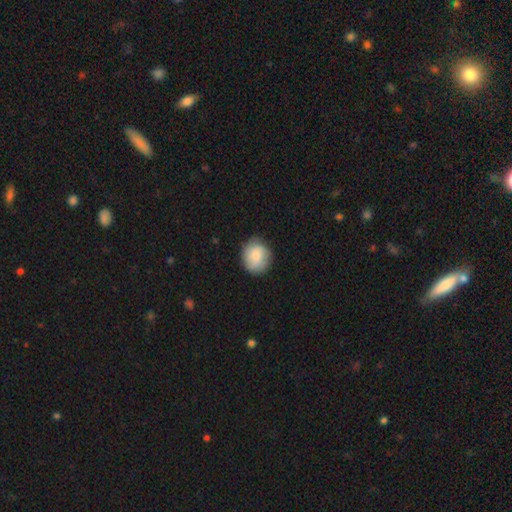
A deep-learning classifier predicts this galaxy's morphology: This appears to be a smooth galaxy with no disk features (76%) that is round (75%). Merging: none (76%).